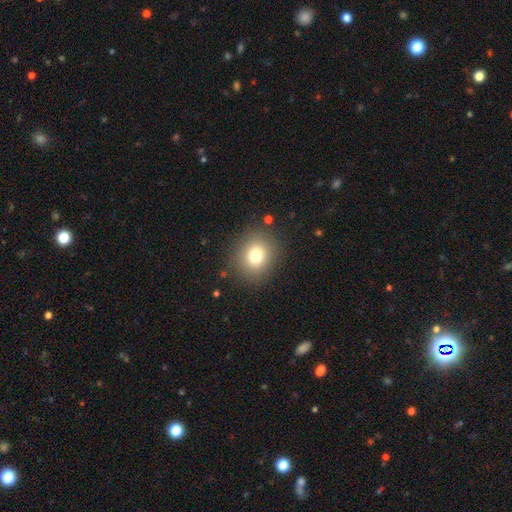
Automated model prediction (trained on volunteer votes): A smooth galaxy with no disk features (76%) that is round (76%).

Vote fractions:
- Smooth or featured? smooth: 76% / star or artifact: 13% / featured or disk: 11%
- How rounded? round: 76% / in between: 23% / cigar-shaped: 1%
- Merging? none: 86% / minor disturbance: 9% / major disturbance: 4% / merger: 2%